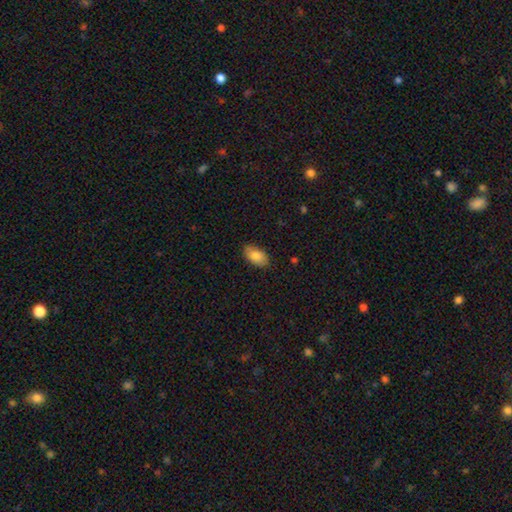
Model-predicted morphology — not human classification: Smooth or featured? smooth (84%)
How rounded? in between (93%)
Merging? none (85%)